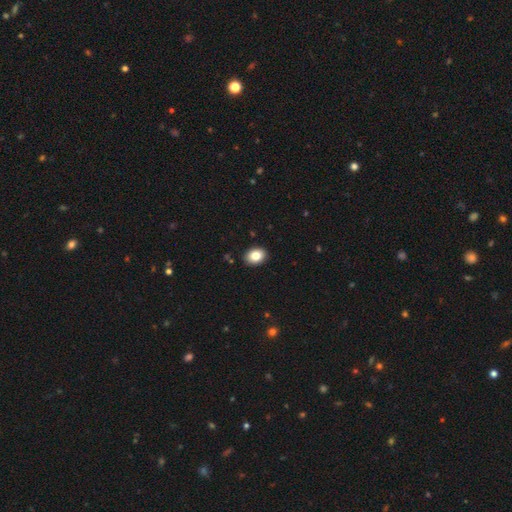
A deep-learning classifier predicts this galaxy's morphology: Smooth or featured?
  - smooth: 84% *
  - star or artifact: 9%
  - featured or disk: 8%
How rounded?
  - in between: 67% *
  - round: 32%
  - cigar-shaped: 1%
Merging?
  - none: 90% *
  - minor disturbance: 7%
  - major disturbance: 2%
  - merger: 1%